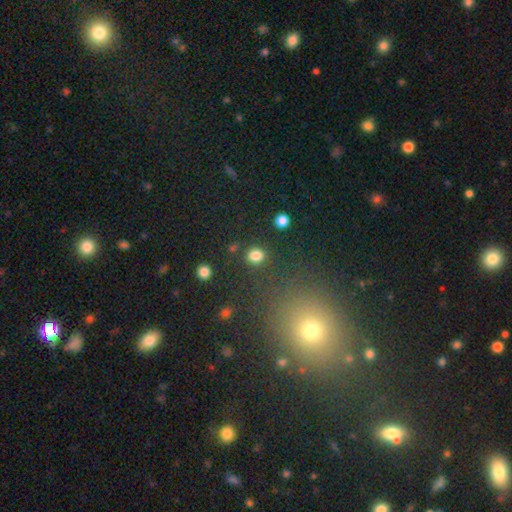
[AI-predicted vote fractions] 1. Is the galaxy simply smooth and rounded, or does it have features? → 83% smooth, 13% star or artifact, 4% featured or disk.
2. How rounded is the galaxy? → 81% round, 18% in between, 1% cigar-shaped.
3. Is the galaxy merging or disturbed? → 87% none, 7% minor disturbance, 3% merger, 3% major disturbance.